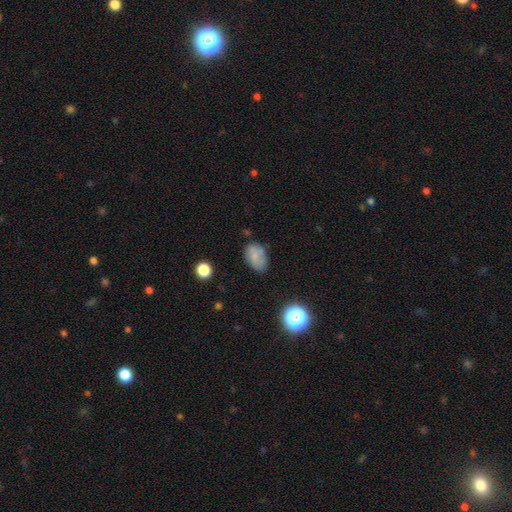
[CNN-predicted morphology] A smooth galaxy with no disk features (74%) that is in between round and cigar-shaped (86%).

Vote fractions:
- Smooth or featured? smooth: 74% / featured or disk: 16% / star or artifact: 11%
- How rounded? in between: 86% / round: 12% / cigar-shaped: 1%
- Merging? none: 68% / minor disturbance: 23% / major disturbance: 6% / merger: 3%